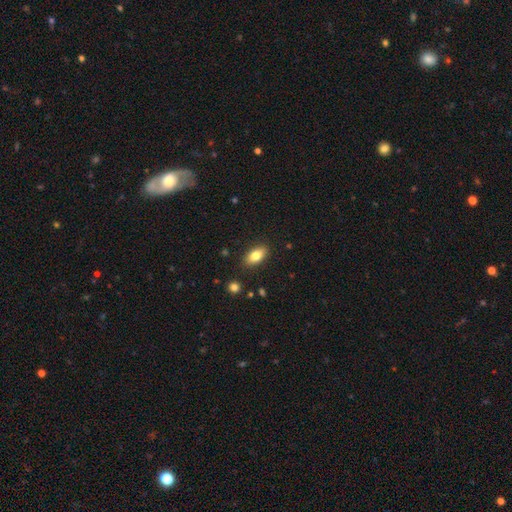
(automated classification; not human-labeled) A smooth galaxy with no disk features (79%) that is in between round and cigar-shaped (88%).

Vote fractions:
- Smooth or featured? smooth: 79% / featured or disk: 14% / star or artifact: 8%
- How rounded? in between: 88% / cigar-shaped: 7% / round: 5%
- Merging? none: 87% / minor disturbance: 9% / major disturbance: 2% / merger: 1%